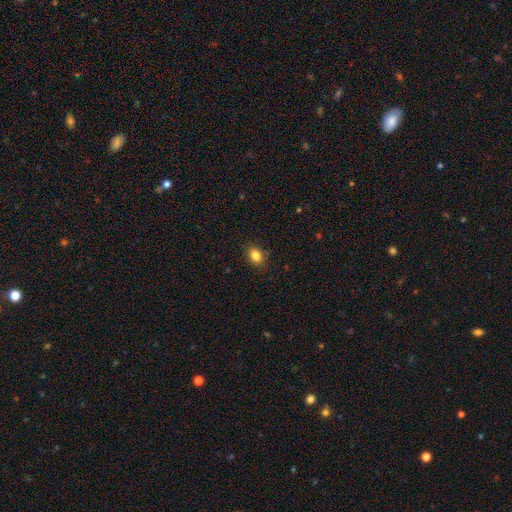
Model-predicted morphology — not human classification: Overall: smooth (84%). How rounded: in between (64%; round 35%). Merging: none (86%).